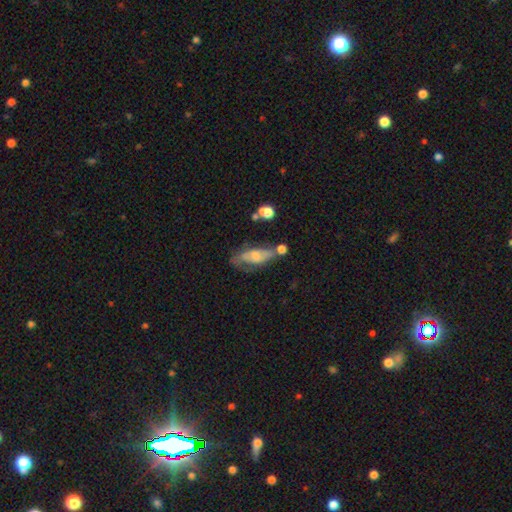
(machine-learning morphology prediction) Q: Smooth or featured?
A: featured or disk (53%); runner-up: smooth (37%)
Q: Edge-on disk?
A: no (76%); runner-up: yes (24%)
Q: Merging?
A: none (47%); runner-up: minor disturbance (25%)